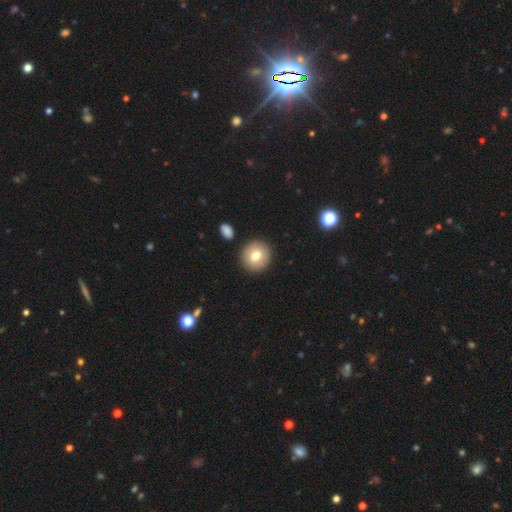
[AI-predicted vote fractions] smooth 75%, featured or disk 16%, star or artifact 10%. Down the decision tree: how rounded — round (92%); merging — none (89%).